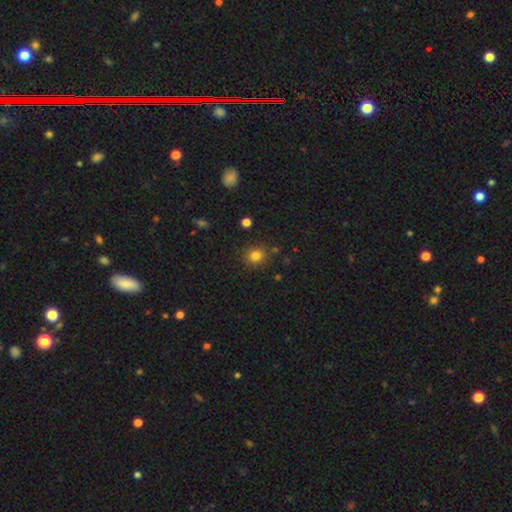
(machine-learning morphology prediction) This appears to be a smooth galaxy with no disk features (80%) that is round (80%). Merging: none (84%).